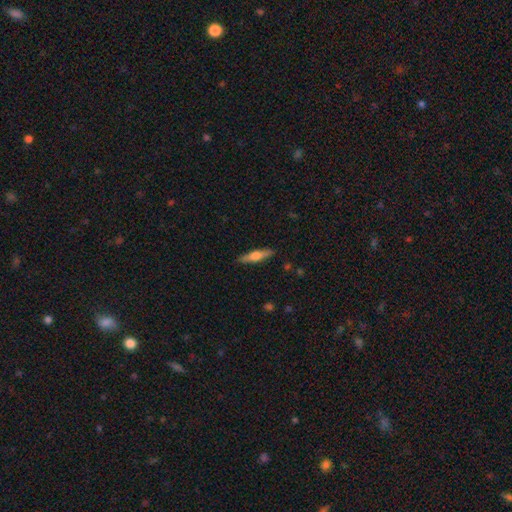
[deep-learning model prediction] Q: Smooth or featured?
A: featured or disk (53%); runner-up: smooth (41%)
Q: Edge-on disk?
A: yes (95%); runner-up: no (5%)
Q: Edge-on bulge?
A: rounded (88%); runner-up: boxy (8%)
Q: Merging?
A: none (89%); runner-up: minor disturbance (8%)